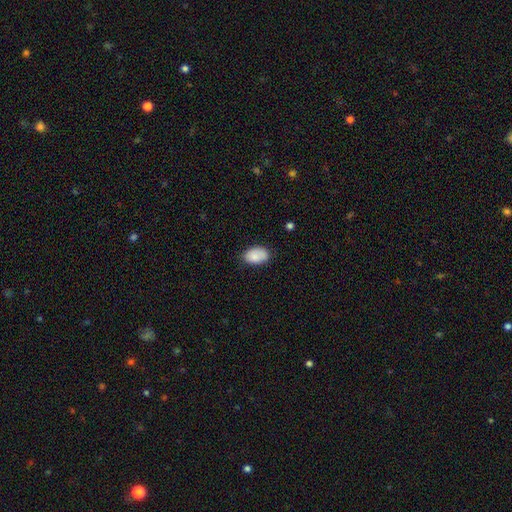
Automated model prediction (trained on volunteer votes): smooth-or-featured: smooth: 87% | star or artifact: 7% | featured or disk: 6%
  how-rounded: in between: 91% | round: 8% | cigar-shaped: 1%
  merging: none: 73% | minor disturbance: 22% | major disturbance: 4% | merger: 2%